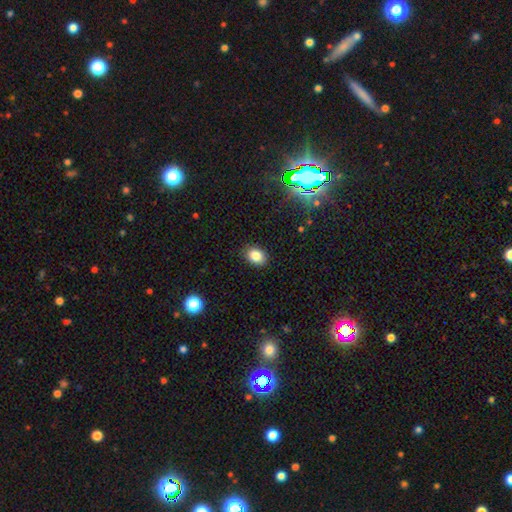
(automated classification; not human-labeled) This appears to be a smooth galaxy with no disk features (84%) that is in between round and cigar-shaped (68%). Merging: none (88%).